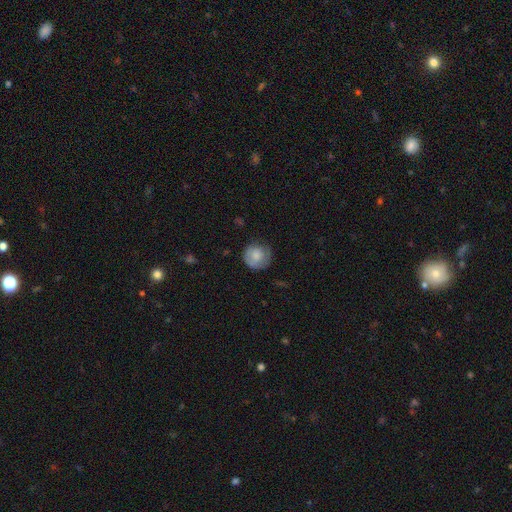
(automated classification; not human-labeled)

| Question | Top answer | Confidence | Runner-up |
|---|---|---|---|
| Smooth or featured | smooth | 74% | featured or disk (20%) |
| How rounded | round | 90% | in between (9%) |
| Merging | none | 65% | minor disturbance (24%) |